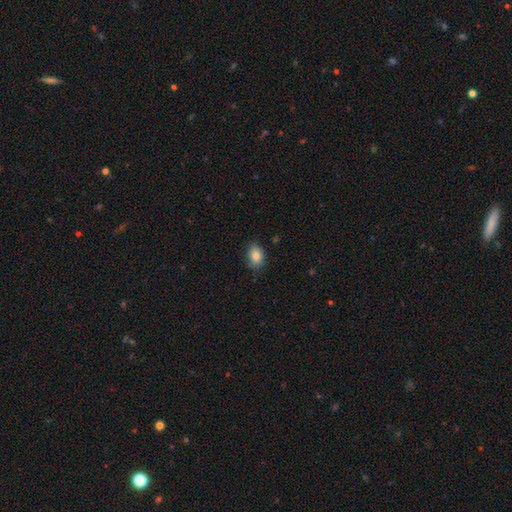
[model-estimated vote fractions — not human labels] Smooth or featured? Predicted: smooth (p=0.83). How rounded? Predicted: in between (p=0.74). Merging? Predicted: none (p=0.75).